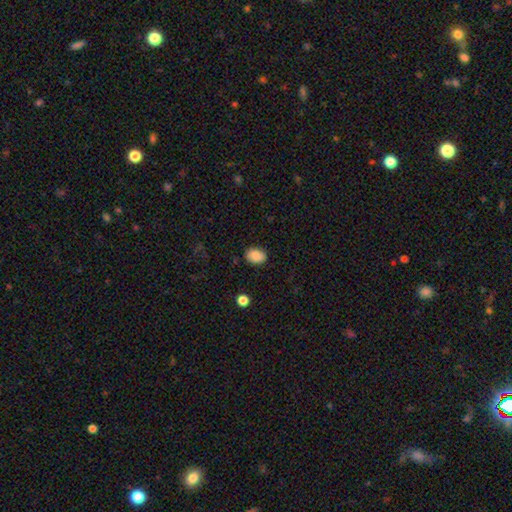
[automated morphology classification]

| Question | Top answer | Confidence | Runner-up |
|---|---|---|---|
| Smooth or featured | smooth | 87% | star or artifact (8%) |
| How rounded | in between | 70% | round (29%) |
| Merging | none | 81% | minor disturbance (15%) |